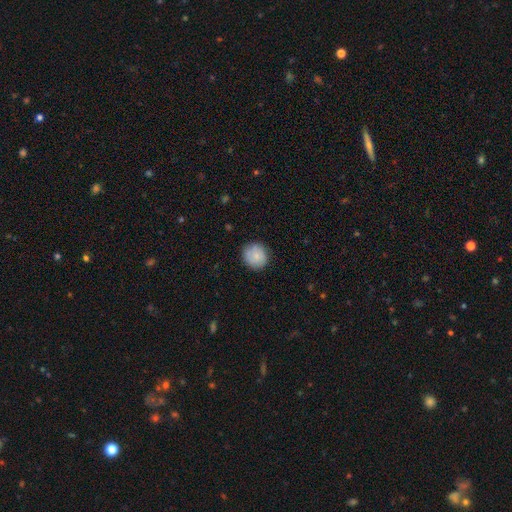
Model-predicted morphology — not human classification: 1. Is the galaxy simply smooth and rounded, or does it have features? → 81% smooth, 12% featured or disk, 7% star or artifact.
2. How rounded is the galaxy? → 88% round, 11% in between, 1% cigar-shaped.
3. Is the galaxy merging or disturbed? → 83% none, 13% minor disturbance, 3% major disturbance, 1% merger.